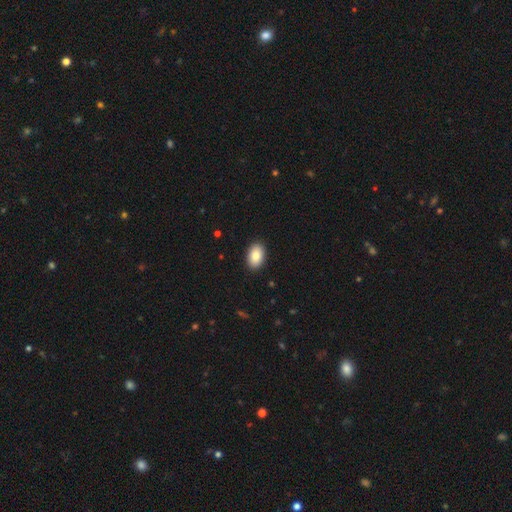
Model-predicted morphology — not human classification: This appears to be a smooth galaxy with no disk features (87%) that is in between round and cigar-shaped (92%). Merging: none (90%).